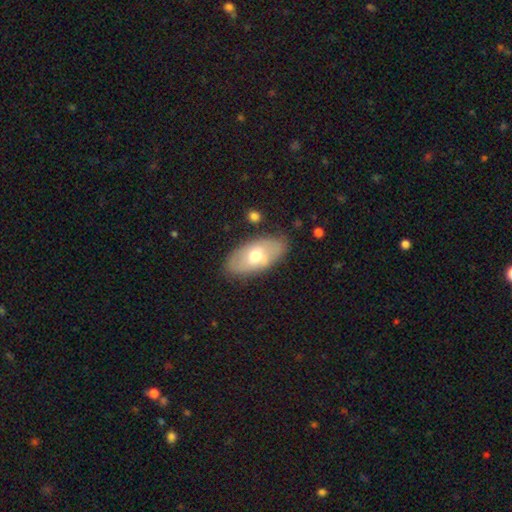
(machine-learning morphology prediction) smooth 57%, featured or disk 37%, star or artifact 6%. Down the decision tree: how rounded — in between (92%); merging — none (78%).